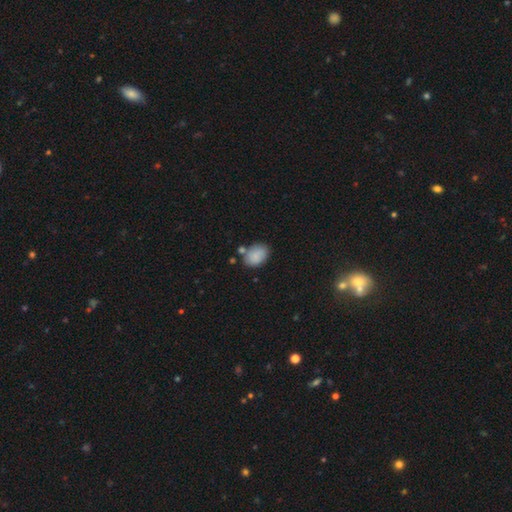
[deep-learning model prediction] Smooth or featured: smooth — 85% (star or artifact — 8%)
How rounded: in between — 78% (round — 21%)
Merging: none — 63% (minor disturbance — 18%)